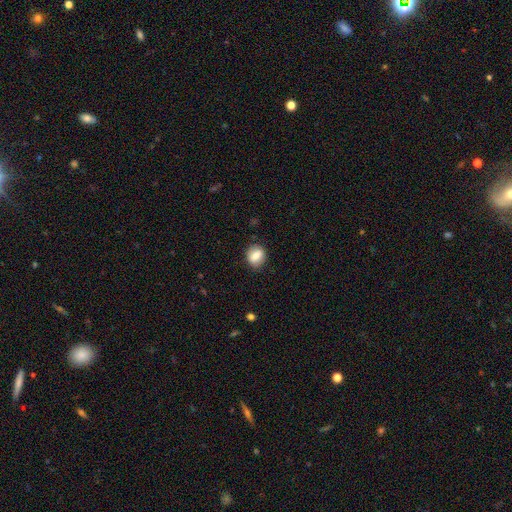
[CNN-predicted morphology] smooth-or-featured: smooth: 79% | featured or disk: 12% | star or artifact: 8%
  how-rounded: round: 59% | in between: 39% | cigar-shaped: 1%
  merging: none: 83% | minor disturbance: 12% | major disturbance: 3% | merger: 1%